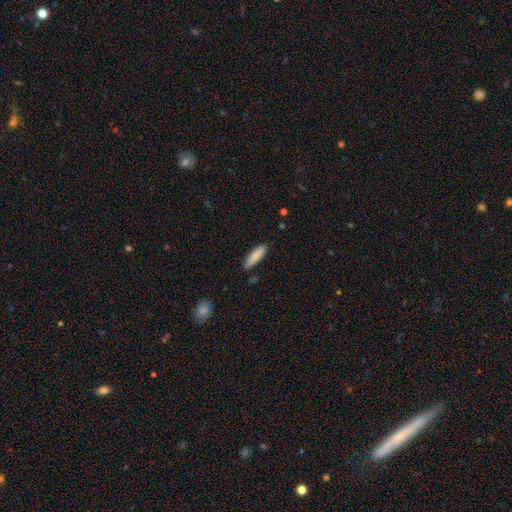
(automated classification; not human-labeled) A smooth galaxy with no disk features (86%) that is cigar-shaped (67%).

Vote fractions:
- Smooth or featured? smooth: 86% / featured or disk: 8% / star or artifact: 6%
- How rounded? cigar-shaped: 67% / in between: 31% / round: 1%
- Merging? none: 83% / minor disturbance: 13% / major disturbance: 2% / merger: 2%